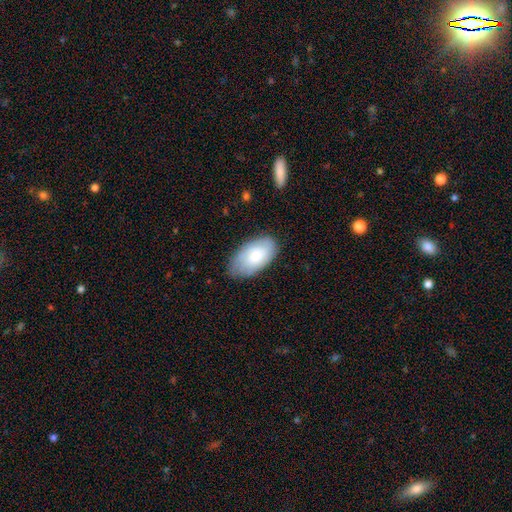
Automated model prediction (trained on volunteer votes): Smooth or featured? smooth (72%)
How rounded? in between (95%)
Merging? none (77%)